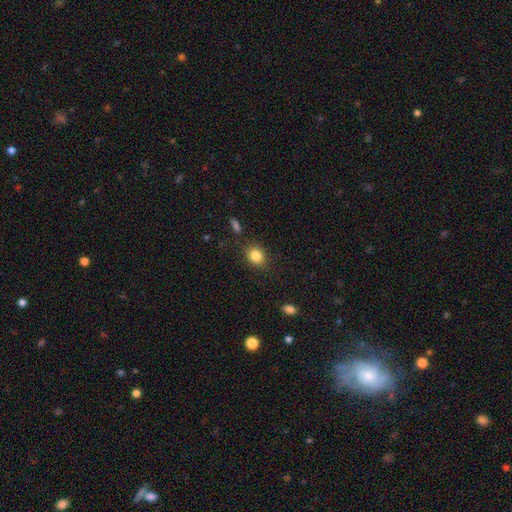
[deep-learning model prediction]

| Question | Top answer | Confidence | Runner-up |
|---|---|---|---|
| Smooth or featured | smooth | 84% | star or artifact (10%) |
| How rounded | round | 53% | in between (46%) |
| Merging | none | 85% | minor disturbance (11%) |